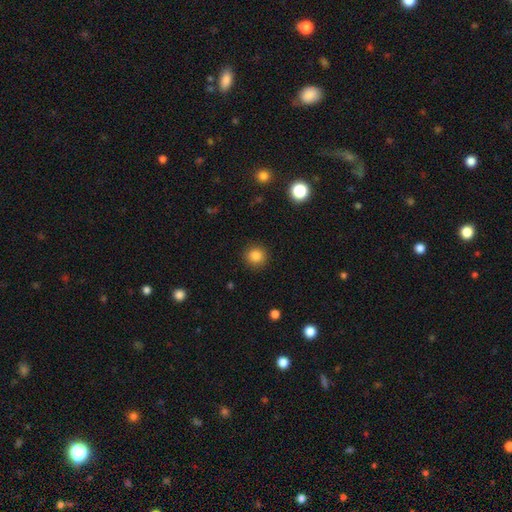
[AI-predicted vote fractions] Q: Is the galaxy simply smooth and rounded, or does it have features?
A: smooth — 85%.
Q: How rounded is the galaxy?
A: round — 92%.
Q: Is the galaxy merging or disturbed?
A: none — 91%.